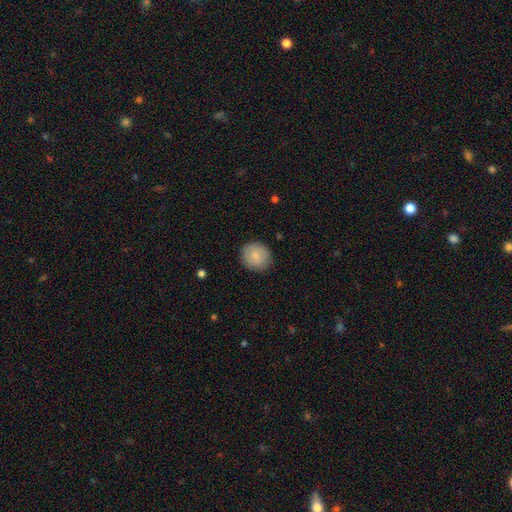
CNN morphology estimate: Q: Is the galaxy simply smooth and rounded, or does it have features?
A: smooth — 82%.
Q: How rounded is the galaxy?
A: round — 83%.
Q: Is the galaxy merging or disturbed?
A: none — 86%.